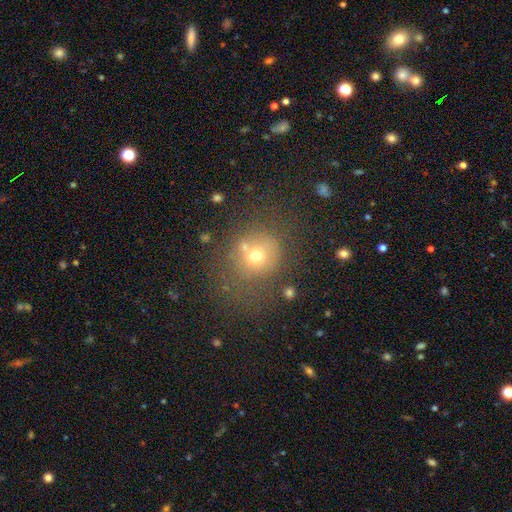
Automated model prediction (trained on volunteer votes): Morphology: type=smooth (62%); roundness=round (76%); merging=none (56%).